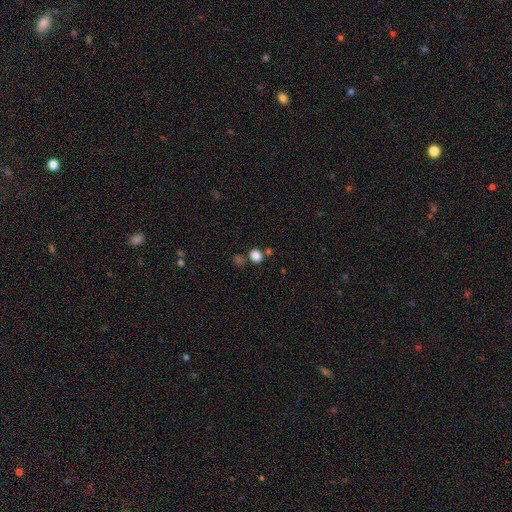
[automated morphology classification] Q: Smooth or featured?
A: smooth (82%); runner-up: star or artifact (14%)
Q: How rounded?
A: round (68%); runner-up: in between (31%)
Q: Merging?
A: none (71%); runner-up: merger (14%)